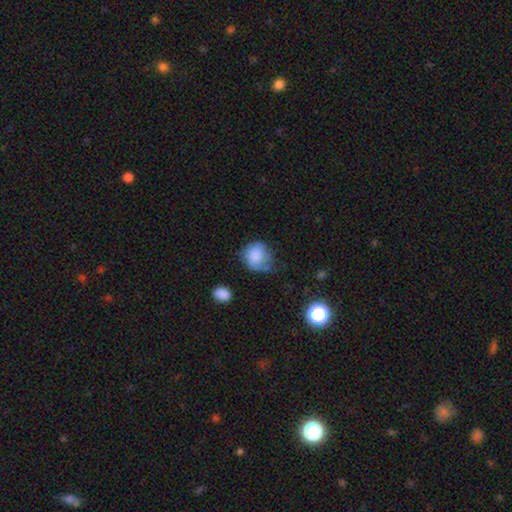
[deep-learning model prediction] This is likely a smooth galaxy (75%). How rounded: likely round (72%). Merging: marginally none (40%).